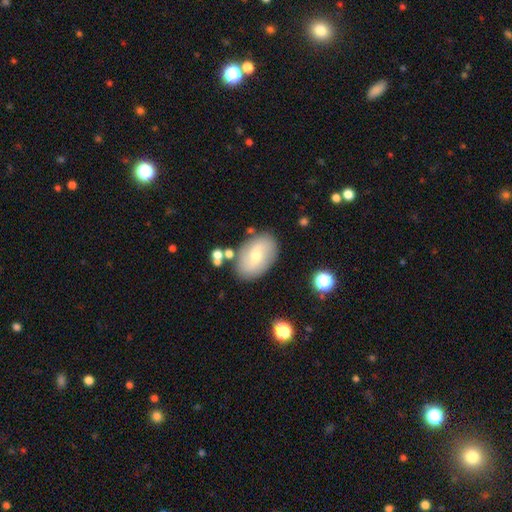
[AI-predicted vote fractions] A smooth galaxy with no disk features (50%).

Vote fractions:
- Smooth or featured? smooth: 50% / featured or disk: 42% / star or artifact: 8%
- Merging? none: 80% / minor disturbance: 12% / merger: 4% / major disturbance: 4%